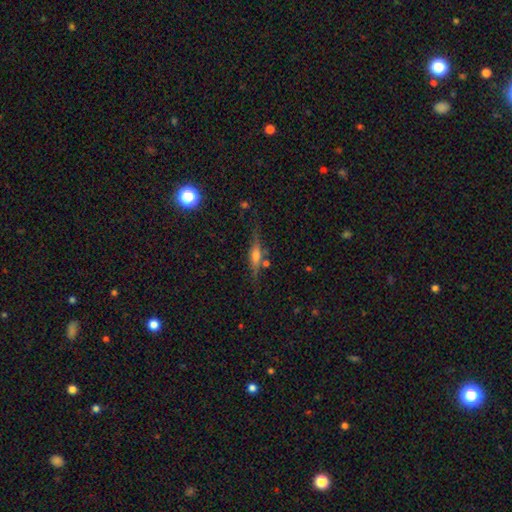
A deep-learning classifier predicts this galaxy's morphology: A featured or disk galaxy (54%) viewed edge-on (91%). Merging: none (74%).